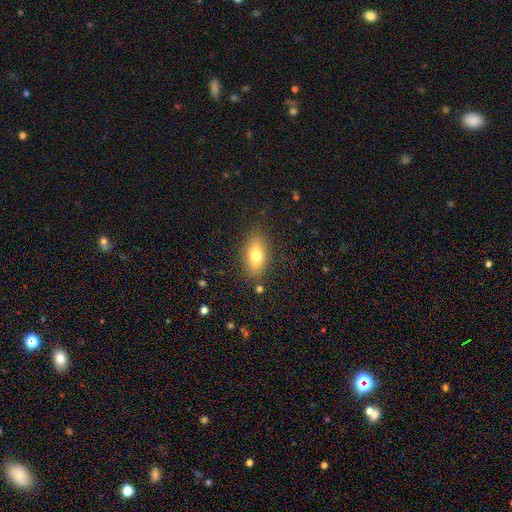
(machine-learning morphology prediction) Overall: smooth (74%). How rounded: in between (85%). Merging: none (84%).